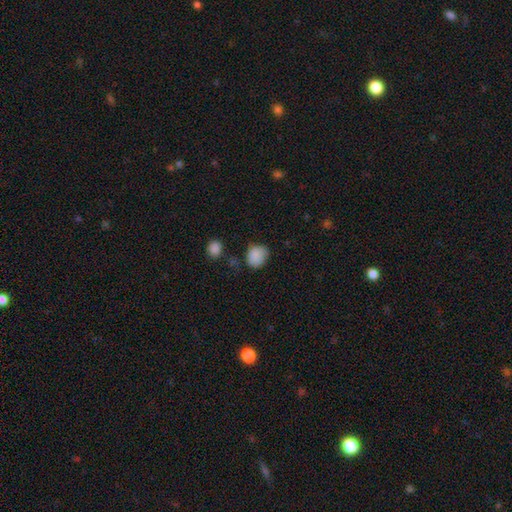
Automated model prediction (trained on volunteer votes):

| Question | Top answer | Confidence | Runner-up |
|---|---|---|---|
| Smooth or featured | smooth | 86% | star or artifact (9%) |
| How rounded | round | 61% | in between (38%) |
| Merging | none | 63% | minor disturbance (27%) |